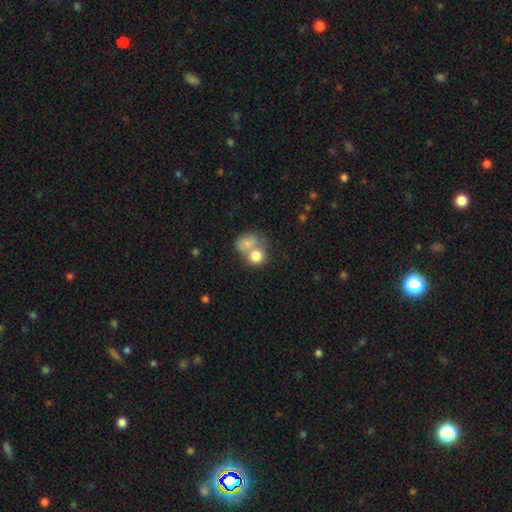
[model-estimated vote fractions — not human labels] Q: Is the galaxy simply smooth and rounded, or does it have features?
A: smooth — 76%.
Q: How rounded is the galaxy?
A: round — 67%.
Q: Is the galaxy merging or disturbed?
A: merger — 62%.